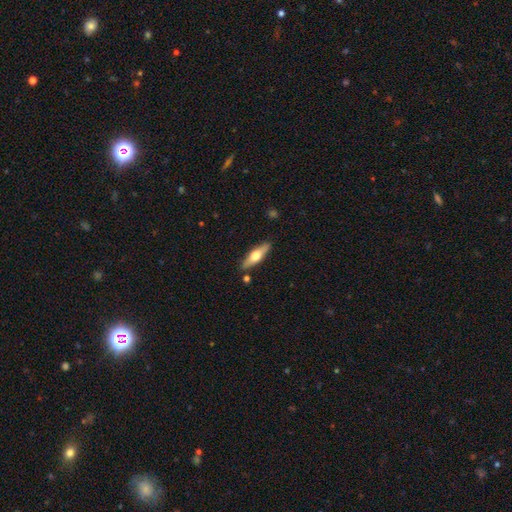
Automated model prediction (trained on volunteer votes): The model was most divided on "smooth or featured": featured or disk: 50%, smooth: 44%, star or artifact: 5%. More confident: edge-on disk — yes (90%); merging — none (87%).